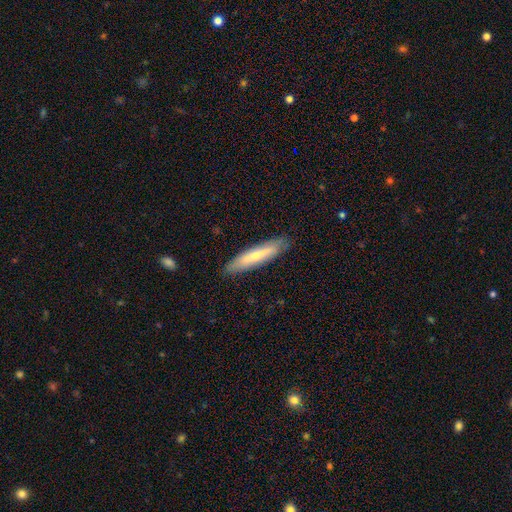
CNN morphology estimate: The model was most divided on "smooth or featured": smooth: 56%, featured or disk: 38%, star or artifact: 6%. More confident: merging — none (85%); how rounded — cigar-shaped (83%).